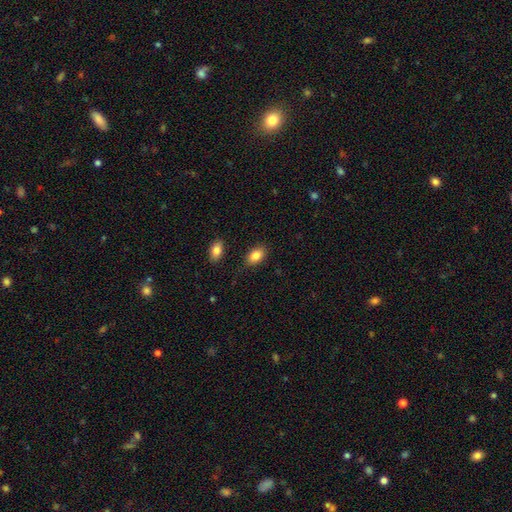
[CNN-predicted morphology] smooth_or_featured: smooth (p=0.85) [alt: star or artifact p=0.08]
how_rounded: in between (p=0.90) [alt: round p=0.08]
merging: none (p=0.84) [alt: minor disturbance p=0.11]